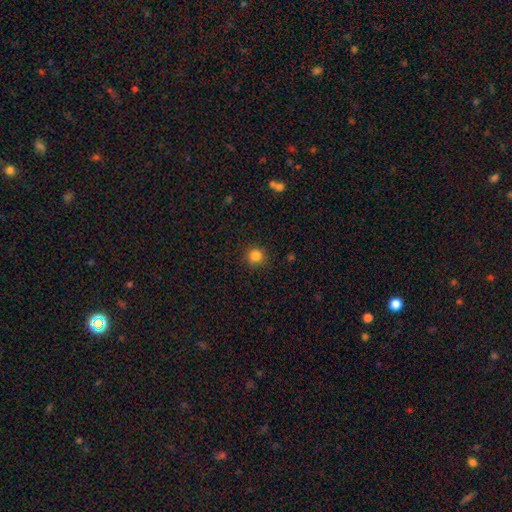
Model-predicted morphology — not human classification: The model was most divided on "smooth or featured": smooth: 84%, star or artifact: 12%, featured or disk: 4%. More confident: how rounded — round (93%); merging — none (89%).